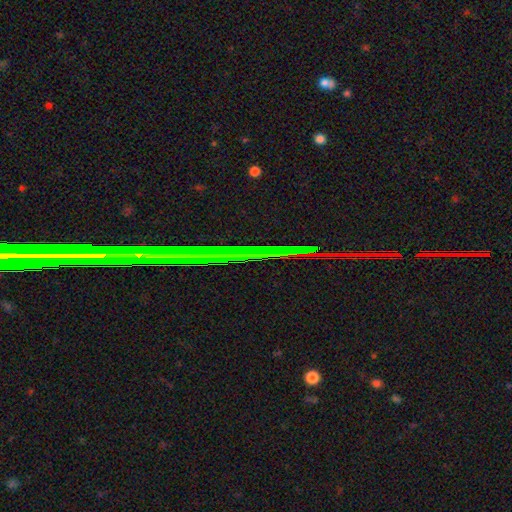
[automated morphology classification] The model was most divided on "smooth or featured": star or artifact: 78%, featured or disk: 14%, smooth: 8%.